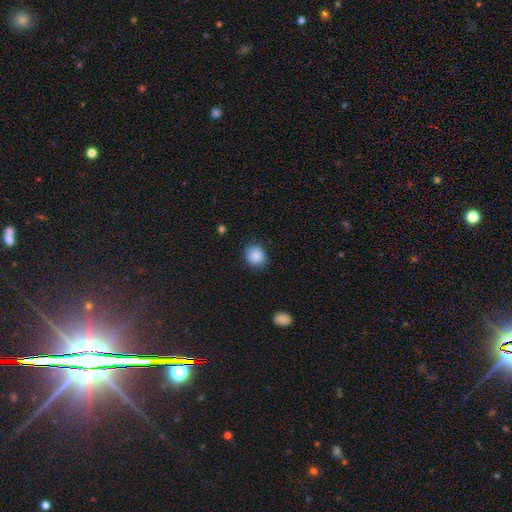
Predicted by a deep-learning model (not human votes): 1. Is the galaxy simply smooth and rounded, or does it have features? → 87% smooth, 9% star or artifact, 4% featured or disk.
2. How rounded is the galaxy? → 80% round, 19% in between, 1% cigar-shaped.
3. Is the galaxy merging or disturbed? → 87% none, 9% minor disturbance, 3% major disturbance, 1% merger.